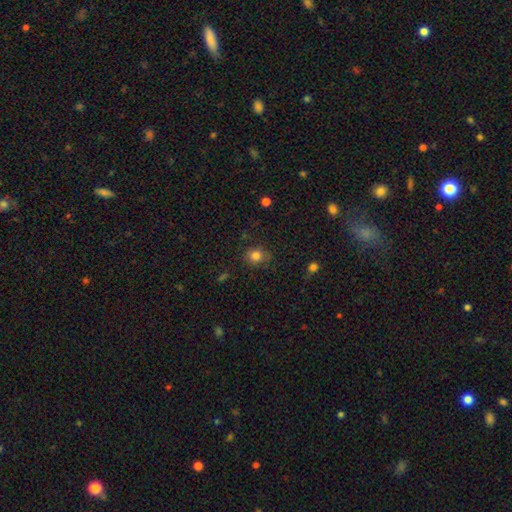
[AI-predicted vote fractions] Smooth or featured? smooth (82%)
How rounded? round (73%)
Merging? none (79%)